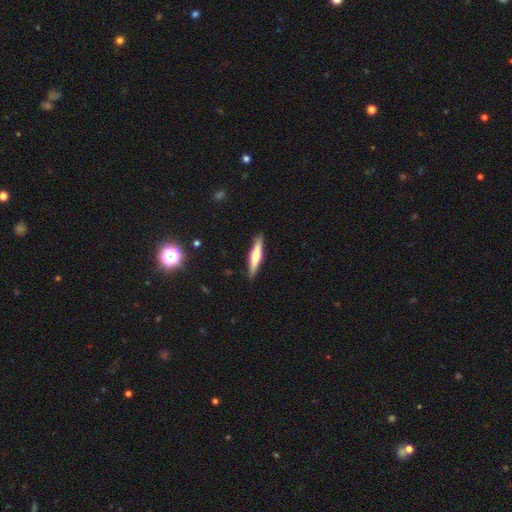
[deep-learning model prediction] Overall: featured or disk (51%; smooth 43%). Edge-on disk: yes (95%). Merging: none (90%).